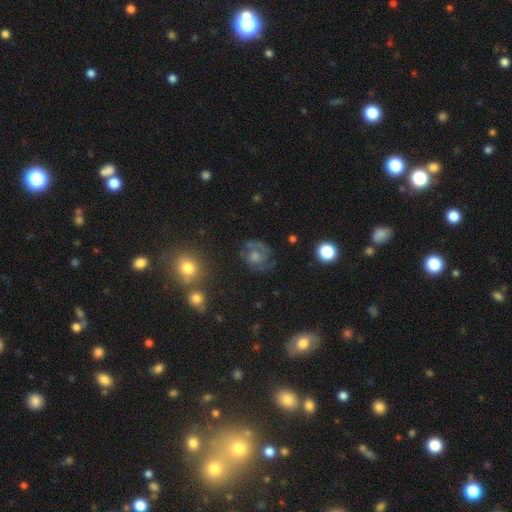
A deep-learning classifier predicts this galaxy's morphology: type=featured or disk (58%); edge-on=no (97%); bar=no (77%); spiral arms=yes (81%); bulge=moderate (35%); merging=none (60%).